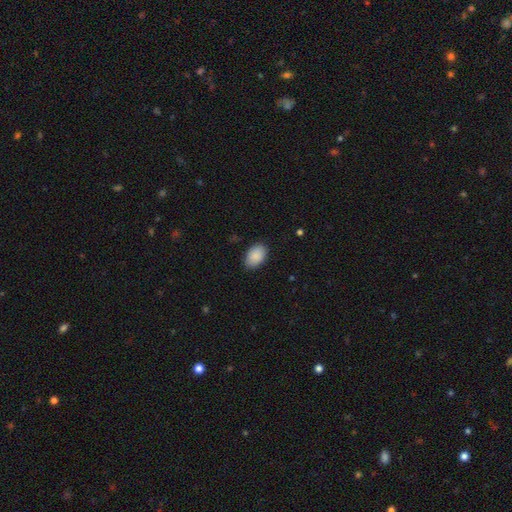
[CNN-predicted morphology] Smooth or featured?
  - smooth: 90% *
  - star or artifact: 6%
  - featured or disk: 4%
How rounded?
  - in between: 90% *
  - round: 9%
  - cigar-shaped: 1%
Merging?
  - none: 84% *
  - minor disturbance: 13%
  - major disturbance: 2%
  - merger: 1%